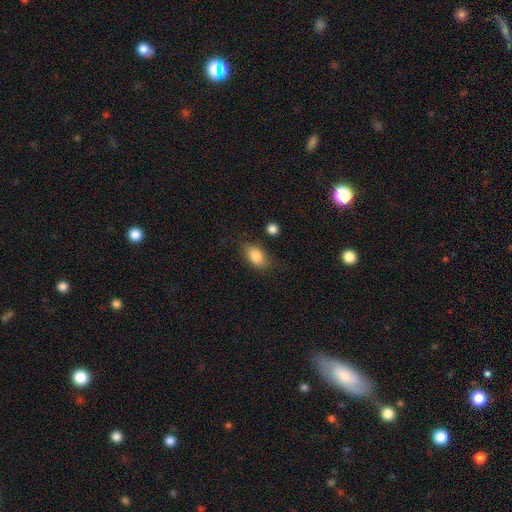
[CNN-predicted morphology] A smooth galaxy with no disk features (84%) that is in between round and cigar-shaped (88%). Merging: none (77%).